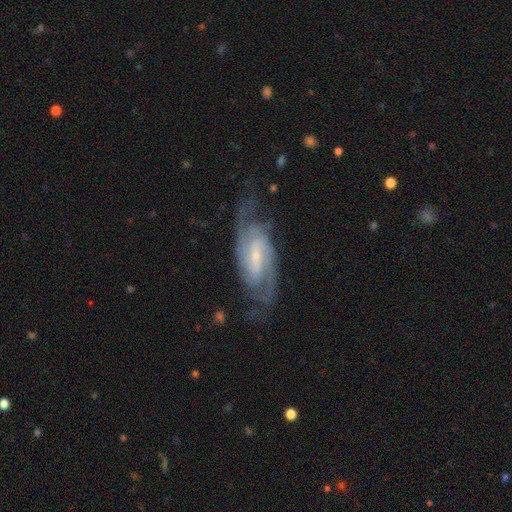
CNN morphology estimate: Overall: featured or disk (89%). Edge-on disk: no (94%). Bar: weak (49%; strong 33%). Spiral arms: yes (97%). Spiral arm count: 2 (78%). Spiral winding: medium (48%; tight 39%). Bulge size: small (65%). Merging: none (72%).